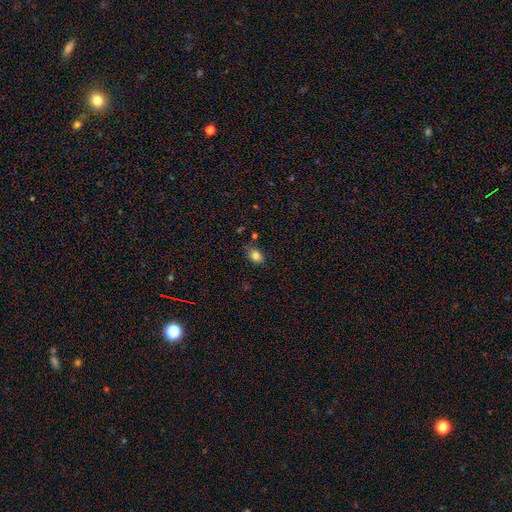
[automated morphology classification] Smooth or featured? smooth (82%)
How rounded? in between (75%)
Merging? none (77%)